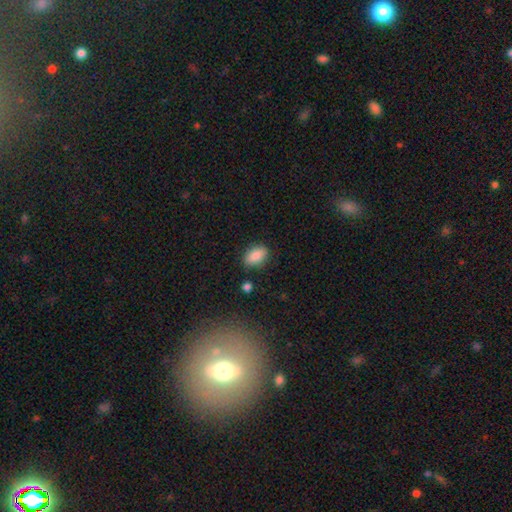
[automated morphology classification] smooth-or-featured: smooth: 87% | star or artifact: 8% | featured or disk: 6%
  how-rounded: in between: 87% | round: 10% | cigar-shaped: 3%
  merging: none: 81% | minor disturbance: 13% | major disturbance: 3% | merger: 3%